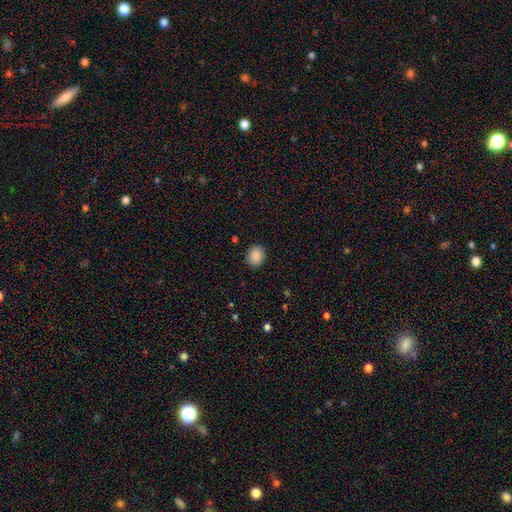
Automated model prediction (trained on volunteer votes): A smooth galaxy with no disk features (89%) that is round (58%). Merging: none (89%).